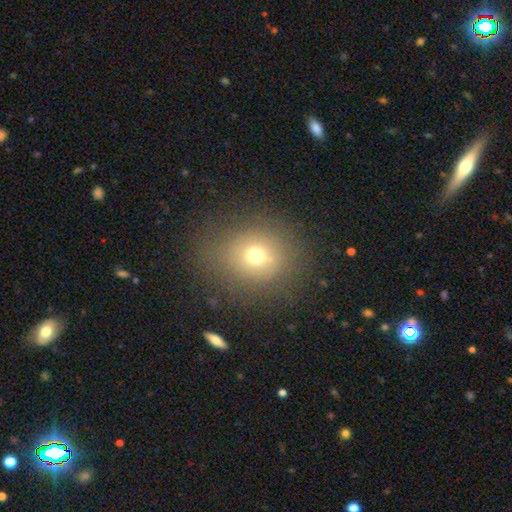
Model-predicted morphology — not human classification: A smooth galaxy with no disk features (65%) that is round (73%).

Vote fractions:
- Smooth or featured? smooth: 65% / star or artifact: 22% / featured or disk: 13%
- How rounded? round: 73% / in between: 26% / cigar-shaped: 1%
- Merging? none: 84% / minor disturbance: 10% / major disturbance: 4% / merger: 2%